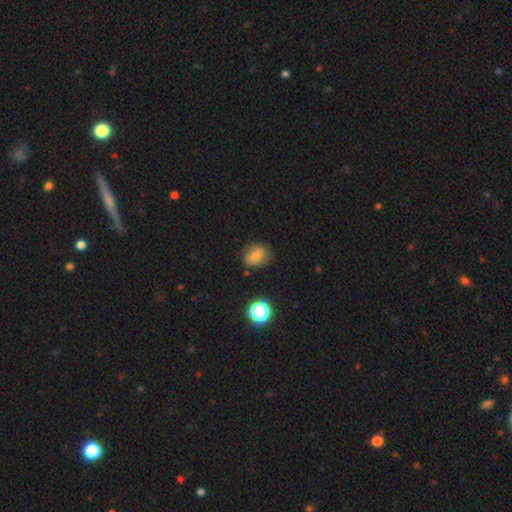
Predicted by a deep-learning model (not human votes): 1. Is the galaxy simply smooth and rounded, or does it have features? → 70% smooth, 16% featured or disk, 13% star or artifact.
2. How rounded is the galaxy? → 50% in between, 48% round, 2% cigar-shaped.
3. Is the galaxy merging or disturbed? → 73% none, 19% minor disturbance, 5% major disturbance, 2% merger.